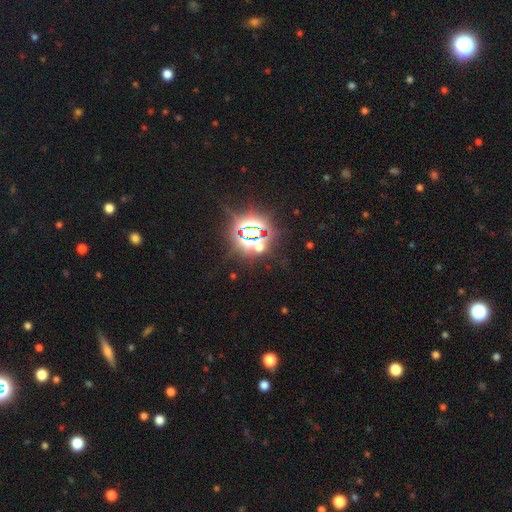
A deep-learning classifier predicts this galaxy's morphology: Smooth or featured: star or artifact — 84% (smooth — 10%)